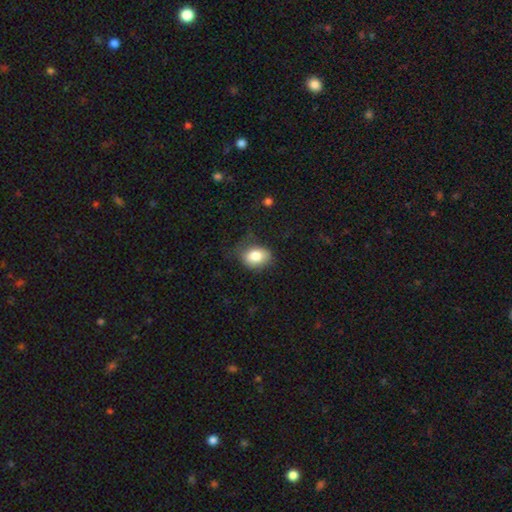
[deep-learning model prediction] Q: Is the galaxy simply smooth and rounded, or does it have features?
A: smooth — 82%.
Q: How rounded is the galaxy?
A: in between — 67%.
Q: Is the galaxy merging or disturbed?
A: none — 58%.